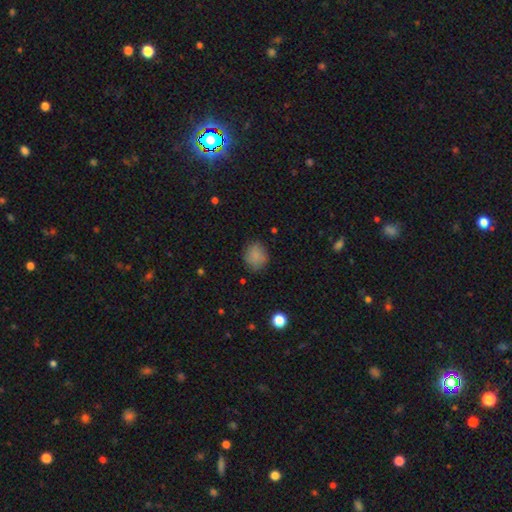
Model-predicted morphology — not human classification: Q: Smooth or featured?
A: smooth (82%); runner-up: star or artifact (10%)
Q: How rounded?
A: round (79%); runner-up: in between (20%)
Q: Merging?
A: none (79%); runner-up: minor disturbance (16%)